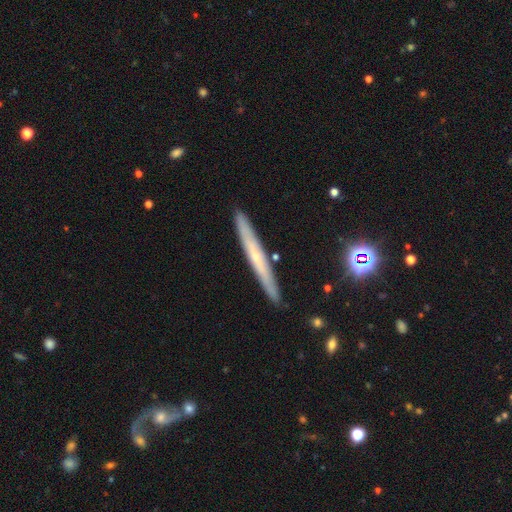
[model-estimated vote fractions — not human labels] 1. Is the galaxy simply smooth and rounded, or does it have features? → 57% featured or disk, 36% smooth, 7% star or artifact.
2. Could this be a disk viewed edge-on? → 92% yes, 8% no.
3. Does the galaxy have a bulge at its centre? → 56% none, 41% rounded, 3% boxy.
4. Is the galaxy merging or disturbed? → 90% none, 8% minor disturbance, 1% merger, 1% major disturbance.